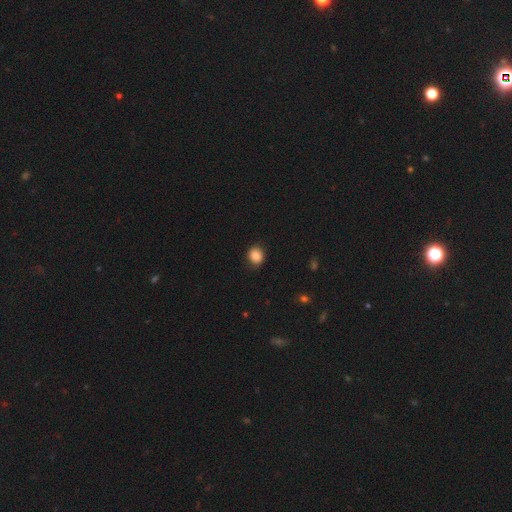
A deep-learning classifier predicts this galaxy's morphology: A smooth galaxy with no disk features (85%) that is round (70%).

Vote fractions:
- Smooth or featured? smooth: 85% / star or artifact: 10% / featured or disk: 5%
- How rounded? round: 70% / in between: 29% / cigar-shaped: 1%
- Merging? none: 85% / minor disturbance: 12% / major disturbance: 2% / merger: 1%